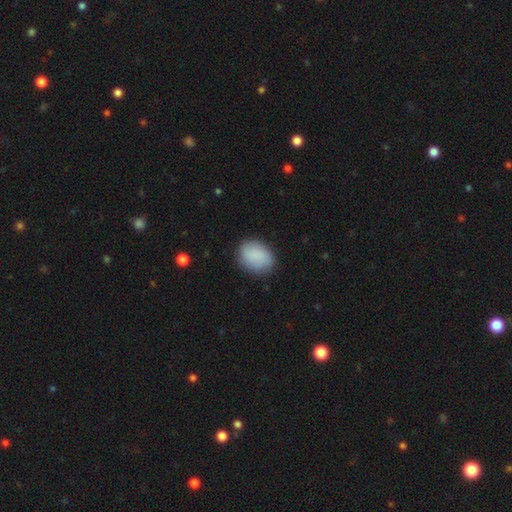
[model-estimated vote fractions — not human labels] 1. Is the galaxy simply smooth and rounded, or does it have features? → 86% smooth, 7% featured or disk, 7% star or artifact.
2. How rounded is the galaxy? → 62% in between, 37% round, 1% cigar-shaped.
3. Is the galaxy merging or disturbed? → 82% none, 14% minor disturbance, 3% major disturbance, 1% merger.